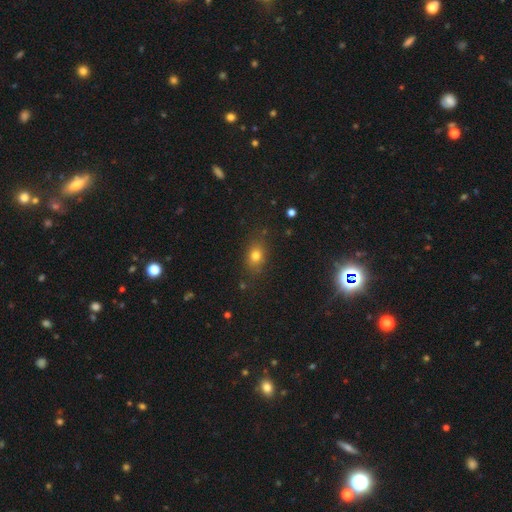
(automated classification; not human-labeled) Smooth or featured: smooth — 76% (star or artifact — 14%)
How rounded: in between — 63% (round — 34%)
Merging: none — 81% (minor disturbance — 13%)